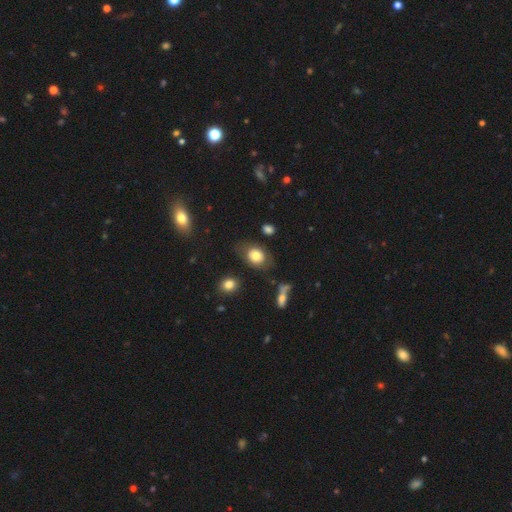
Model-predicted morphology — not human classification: The model was most divided on "how rounded": in between: 63%, round: 36%, cigar-shaped: 1%. More confident: smooth or featured — smooth (73%); merging — none (66%).